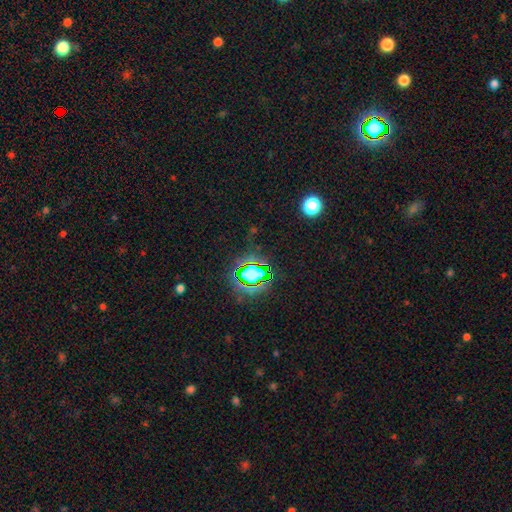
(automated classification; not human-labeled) This appears to be a star or artifact, not a galaxy (80%).